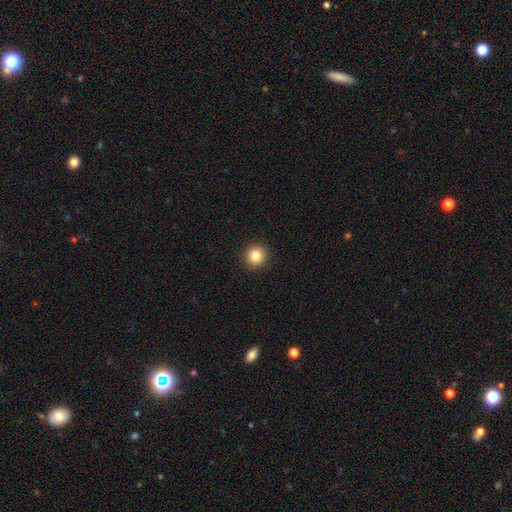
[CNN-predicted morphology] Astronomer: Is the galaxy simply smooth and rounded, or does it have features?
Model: smooth — 83%.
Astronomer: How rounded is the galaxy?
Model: round — 94%.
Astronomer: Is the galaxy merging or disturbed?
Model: none — 93%.